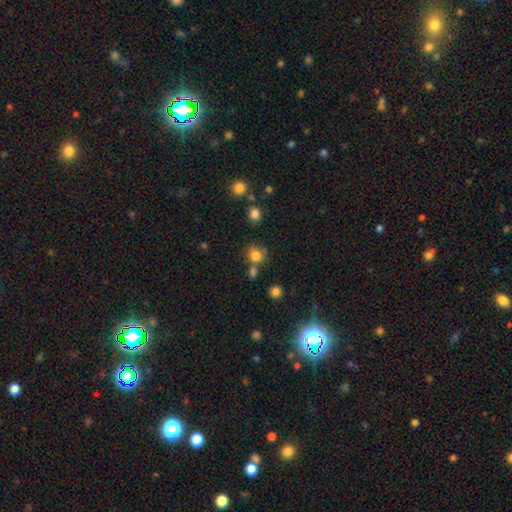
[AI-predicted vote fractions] Overall: smooth (80%). How rounded: round (83%). Merging: none (62%).